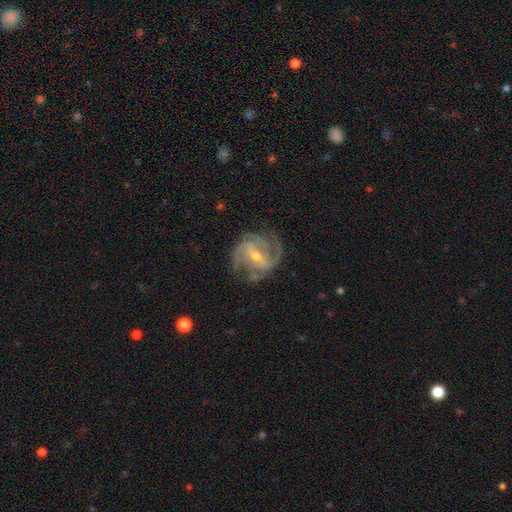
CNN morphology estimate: smooth-or-featured: featured or disk: 90% | star or artifact: 5% | smooth: 5%
  disk-edge-on: no: 97% | yes: 3%
    bar: weak: 42% (tied) | strong: 42% (tied) | no: 15%
    has-spiral-arms: yes: 97% | no: 3%
      spiral-winding: medium: 48% | tight: 37% | loose: 14%
      spiral-arm-count: 3: 35% | 2: 34% | can't tell: 12% | 4: 10% | 1: 4% | more than 4: 4%
    bulge-size: small: 53% | moderate: 44% | large: 1% | none: 1% | dominant: 1%
  merging: none: 72% | minor disturbance: 17% | major disturbance: 9% | merger: 1%